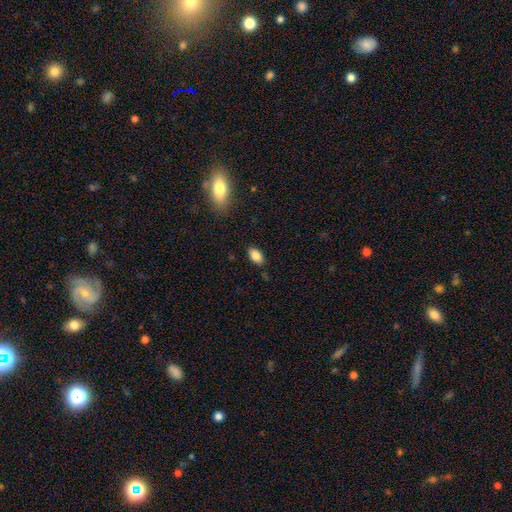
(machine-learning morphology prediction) Smooth or featured: smooth — 86% (star or artifact — 8%)
How rounded: in between — 91% (round — 7%)
Merging: none — 82% (minor disturbance — 13%)